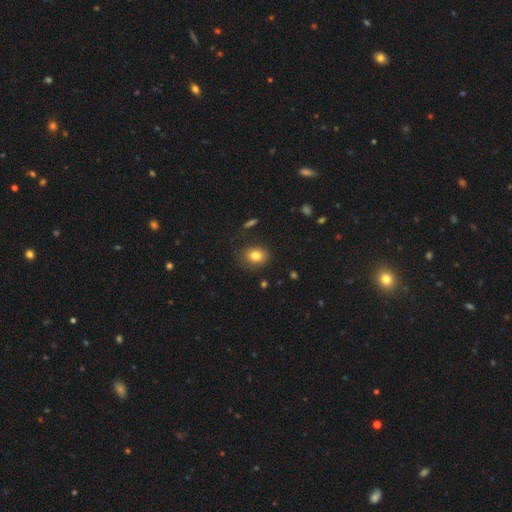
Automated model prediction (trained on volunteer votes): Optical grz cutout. It shows a smooth galaxy with no disk features (80%) that is in between round and cigar-shaped (53%). Merging: none (81%).